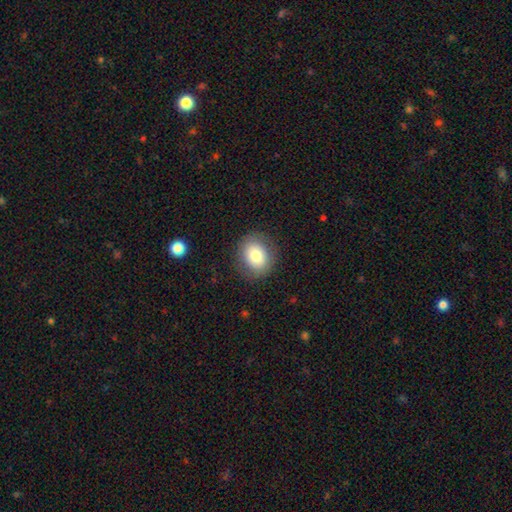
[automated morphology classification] smooth_or_featured: smooth (p=0.78) [alt: featured or disk p=0.13]
how_rounded: round (p=0.59) [alt: in between p=0.40]
merging: none (p=0.85) [alt: minor disturbance p=0.10]